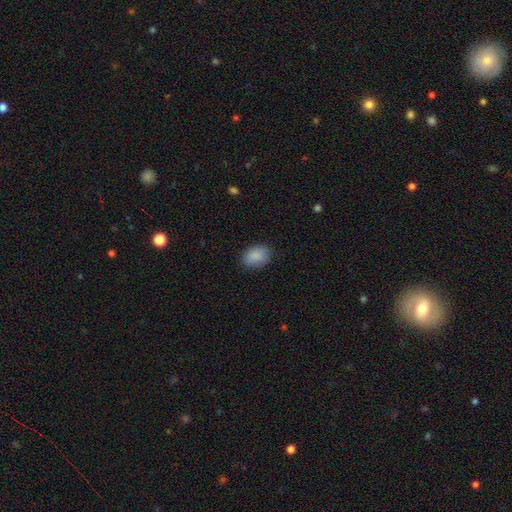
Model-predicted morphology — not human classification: A smooth galaxy with no disk features (88%) that is in between round and cigar-shaped (77%).

Vote fractions:
- Smooth or featured? smooth: 88% / star or artifact: 8% / featured or disk: 5%
- How rounded? in between: 77% / round: 22% / cigar-shaped: 1%
- Merging? none: 81% / minor disturbance: 14% / major disturbance: 3% / merger: 1%